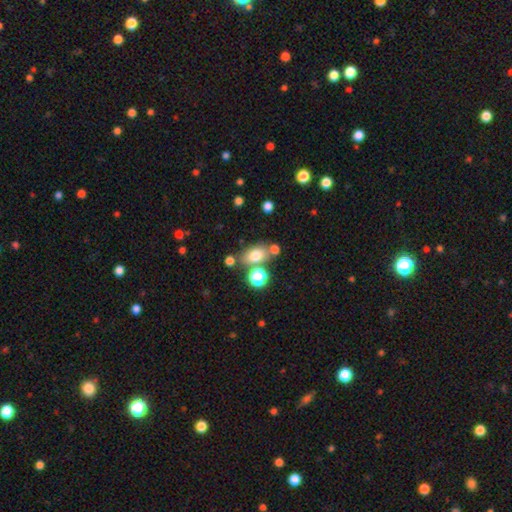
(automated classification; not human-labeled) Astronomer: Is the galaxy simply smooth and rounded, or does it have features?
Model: smooth — 73%.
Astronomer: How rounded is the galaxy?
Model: in between — 74%.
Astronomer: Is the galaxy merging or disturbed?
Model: none — 64%.